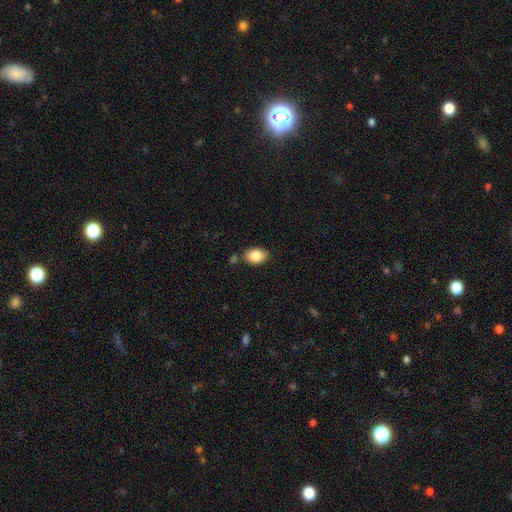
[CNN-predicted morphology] Smooth or featured? Predicted: smooth (p=0.86). How rounded? Predicted: in between (p=0.86). Merging? Predicted: none (p=0.77).